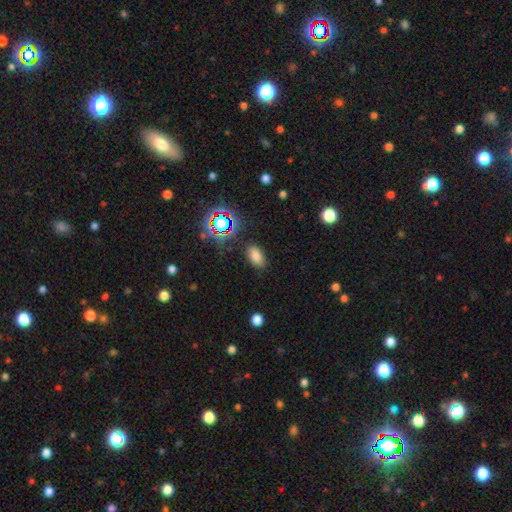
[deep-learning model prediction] Morphology: type=smooth (75%); roundness=in between (90%); merging=none (84%).